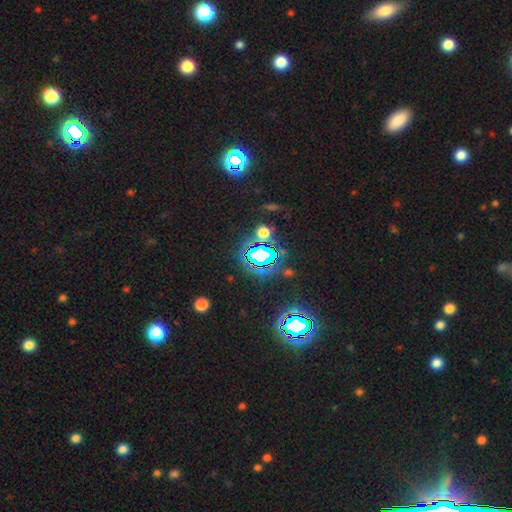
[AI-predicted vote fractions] star or artifact 71%, smooth 18%, featured or disk 10%.